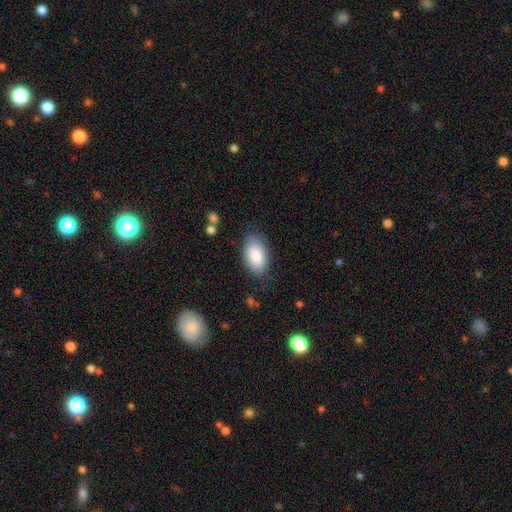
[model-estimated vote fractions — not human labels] Smooth or featured? Predicted: smooth (p=0.85). How rounded? Predicted: in between (p=0.94). Merging? Predicted: none (p=0.77).